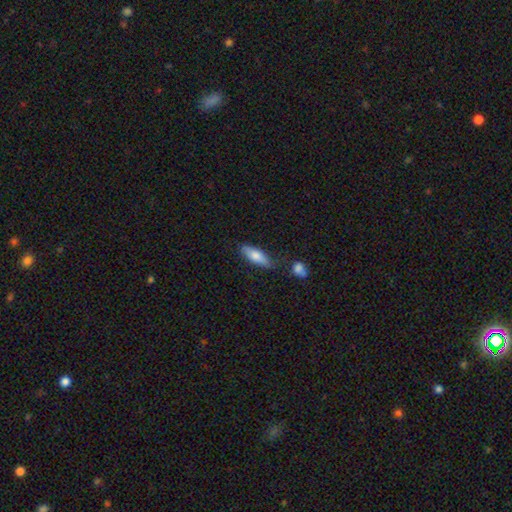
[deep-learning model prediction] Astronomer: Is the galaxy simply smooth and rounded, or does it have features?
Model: smooth — 74%.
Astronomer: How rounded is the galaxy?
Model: in between — 56% (runner-up: cigar-shaped, 41%).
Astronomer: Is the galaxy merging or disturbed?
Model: none — 73%.